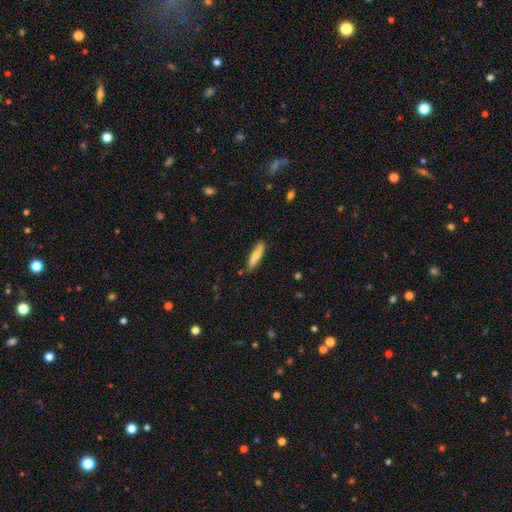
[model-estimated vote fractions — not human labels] A smooth galaxy with no disk features (68%) that is cigar-shaped (75%).

Vote fractions:
- Smooth or featured? smooth: 68% / featured or disk: 26% / star or artifact: 6%
- How rounded? cigar-shaped: 75% / in between: 23% / round: 2%
- Merging? none: 81% / minor disturbance: 13% / merger: 3% / major disturbance: 2%